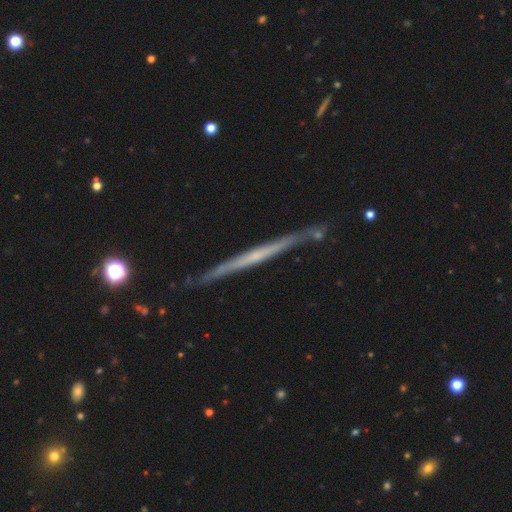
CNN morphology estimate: type=featured or disk (72%); edge-on=yes (97%); edge-on bulge=none (80%); merging=none (87%).